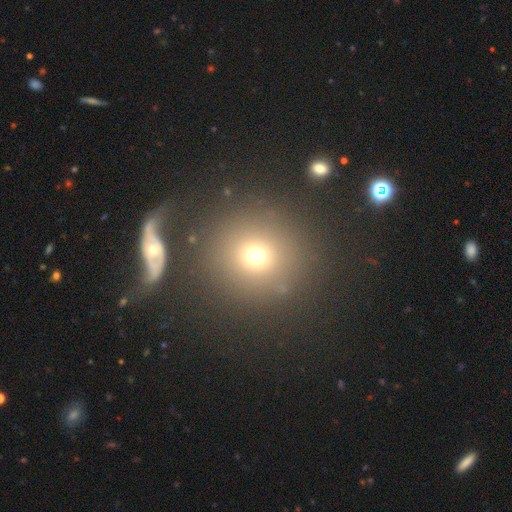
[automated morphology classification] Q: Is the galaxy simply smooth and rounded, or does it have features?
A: smooth — 71%.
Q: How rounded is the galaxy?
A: round — 90%.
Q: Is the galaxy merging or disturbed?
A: none — 76%.